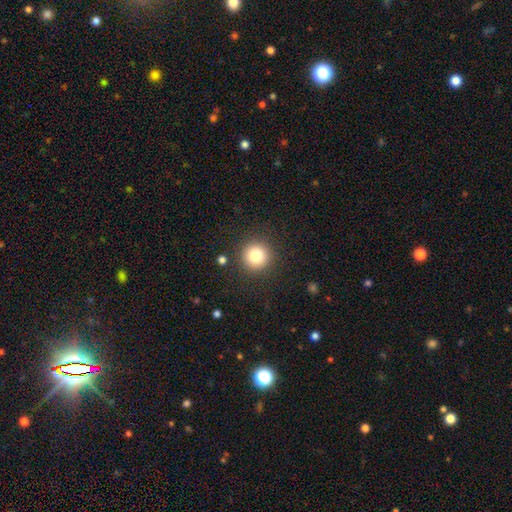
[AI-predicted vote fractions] Smooth or featured: smooth — 81% (star or artifact — 11%)
How rounded: round — 95% (in between — 4%)
Merging: none — 90% (minor disturbance — 6%)